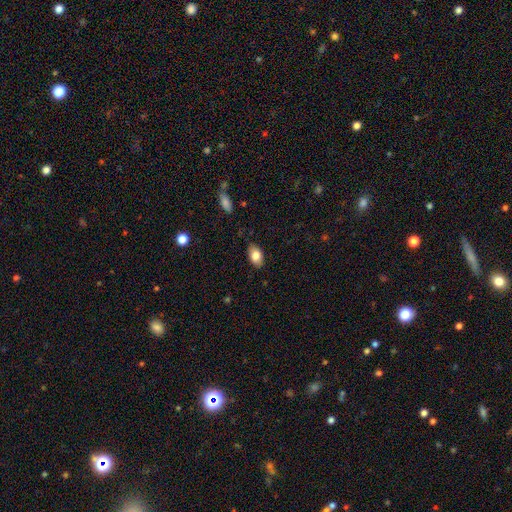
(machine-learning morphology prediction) The model was most divided on "smooth or featured": smooth: 81%, featured or disk: 12%, star or artifact: 7%. More confident: how rounded — in between (90%); merging — none (84%).